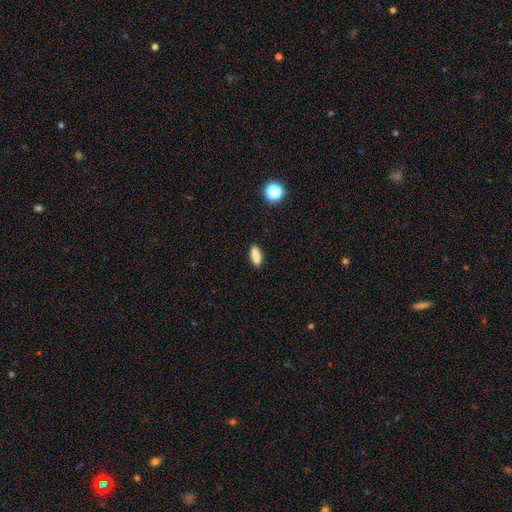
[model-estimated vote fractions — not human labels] A smooth galaxy with no disk features (87%) that is in between round and cigar-shaped (73%).

Vote fractions:
- Smooth or featured? smooth: 87% / star or artifact: 8% / featured or disk: 5%
- How rounded? in between: 73% / cigar-shaped: 24% / round: 3%
- Merging? none: 90% / minor disturbance: 7% / major disturbance: 2% / merger: 1%